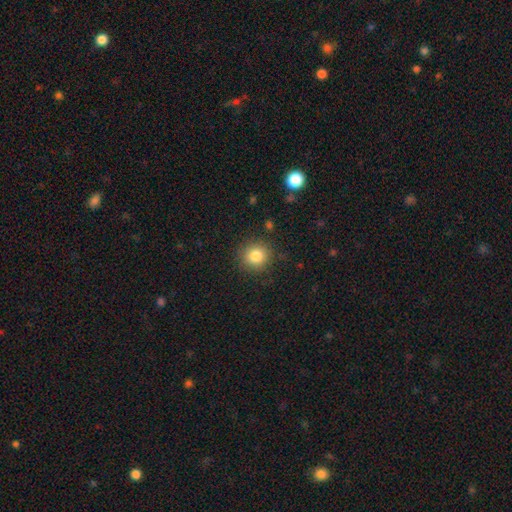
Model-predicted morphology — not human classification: Q: Smooth or featured?
A: smooth (83%); runner-up: star or artifact (11%)
Q: How rounded?
A: round (91%); runner-up: in between (8%)
Q: Merging?
A: none (88%); runner-up: minor disturbance (8%)